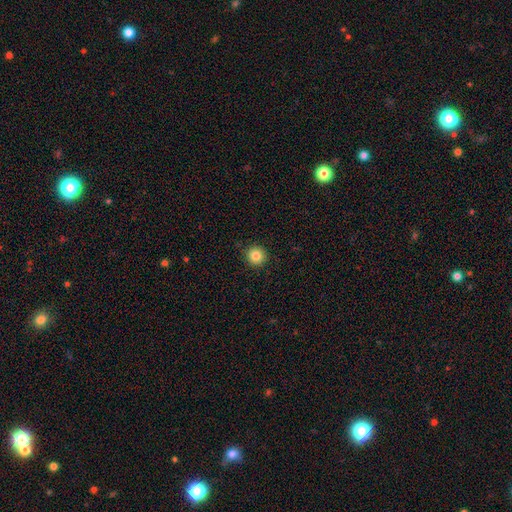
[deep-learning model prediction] smooth 85%, star or artifact 10%, featured or disk 5%. Down the decision tree: how rounded — round (94%); merging — none (92%).